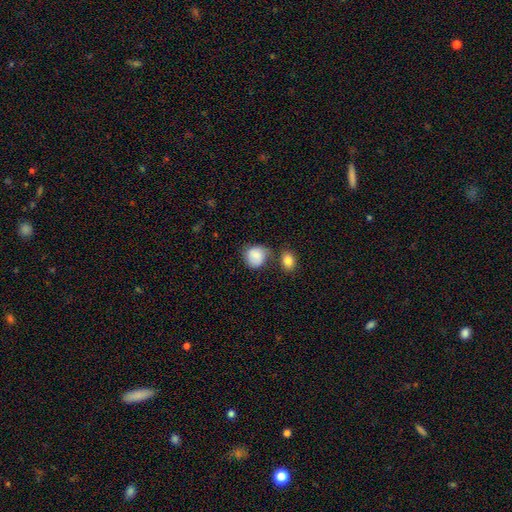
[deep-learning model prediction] Overall: smooth (82%). How rounded: round (77%). Merging: none (54%; minor disturbance 23%).